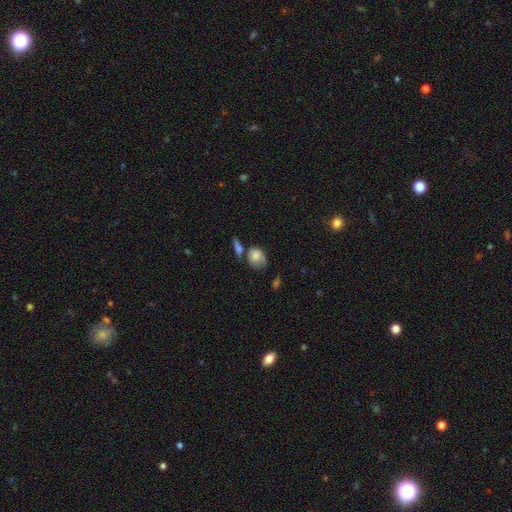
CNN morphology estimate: type=smooth (74%); roundness=in between (52%); merging=none (37%).